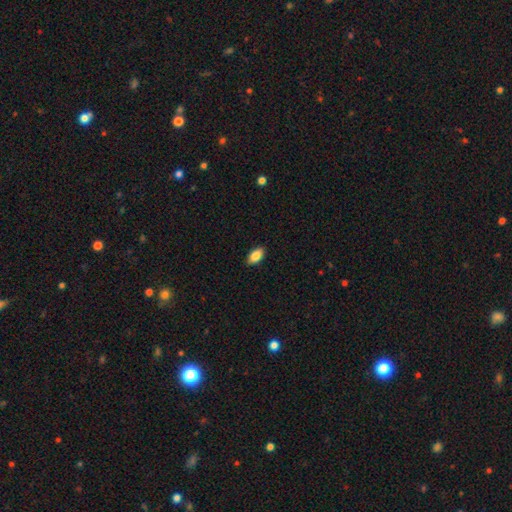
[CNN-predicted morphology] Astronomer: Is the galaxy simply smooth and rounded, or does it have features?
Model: smooth — 87%.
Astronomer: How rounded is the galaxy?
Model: in between — 93%.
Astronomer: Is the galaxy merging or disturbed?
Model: none — 90%.